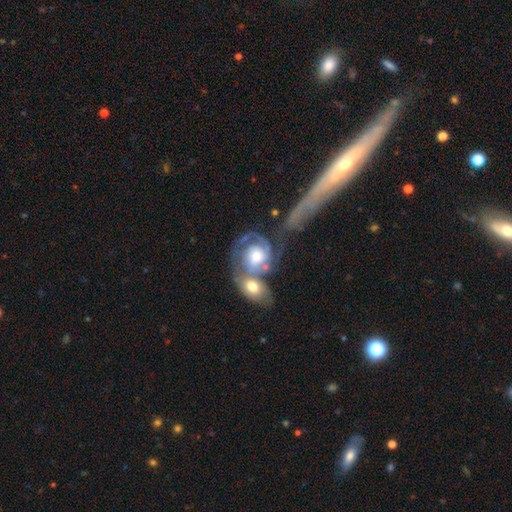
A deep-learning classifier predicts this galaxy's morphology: Smooth or featured: featured or disk — 76% (smooth — 19%)
Edge-on disk: no — 97% (yes — 3%)
Bar: no — 73% (weak — 22%)
Spiral arms: yes — 89% (no — 11%)
Spiral winding: tight — 54% (medium — 33%)
Spiral arm count: 2 — 53% (1 — 19%)
Bulge size: moderate — 54% (large — 28%)
Merging: merger — 59% (none — 19%)